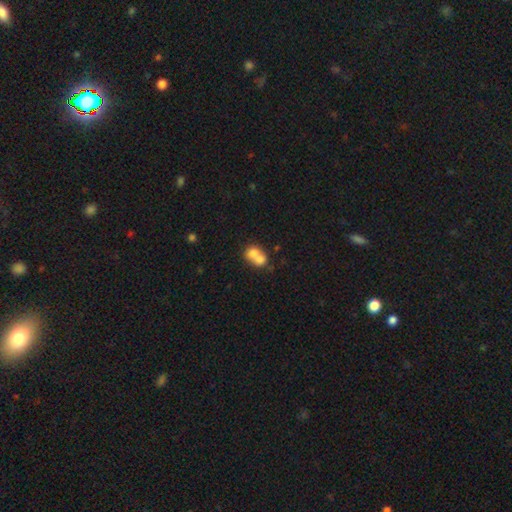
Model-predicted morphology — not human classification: smooth_or_featured: smooth (p=0.71) [alt: featured or disk p=0.20]
how_rounded: round (p=0.57) [alt: in between p=0.42]
merging: merger (p=0.71) [alt: none p=0.20]